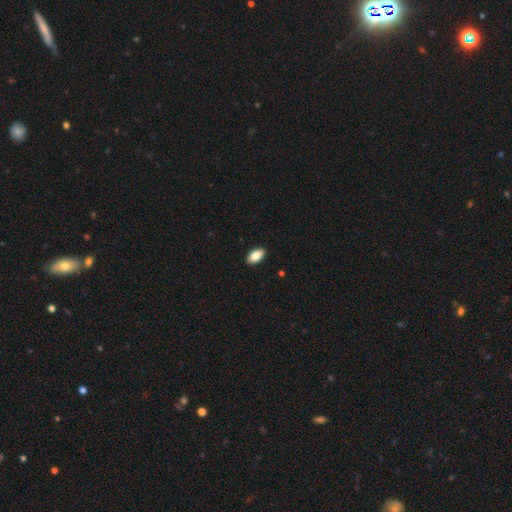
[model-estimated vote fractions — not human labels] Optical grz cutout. It shows a smooth galaxy with no disk features (85%) that is in between round and cigar-shaped (94%). Merging: none (91%).